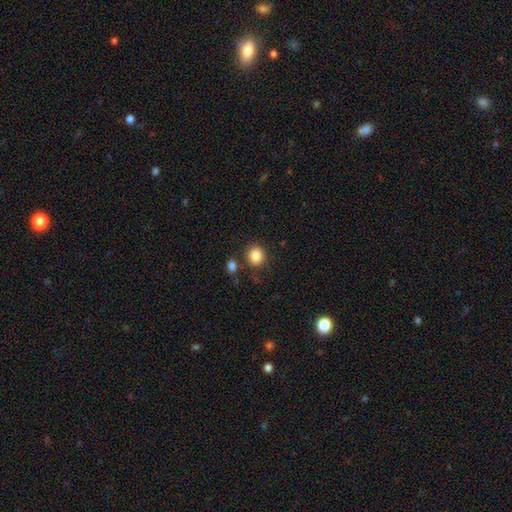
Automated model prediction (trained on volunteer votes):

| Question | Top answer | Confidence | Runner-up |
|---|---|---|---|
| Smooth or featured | smooth | 86% | star or artifact (10%) |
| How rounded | round | 75% | in between (24%) |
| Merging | none | 80% | minor disturbance (10%) |